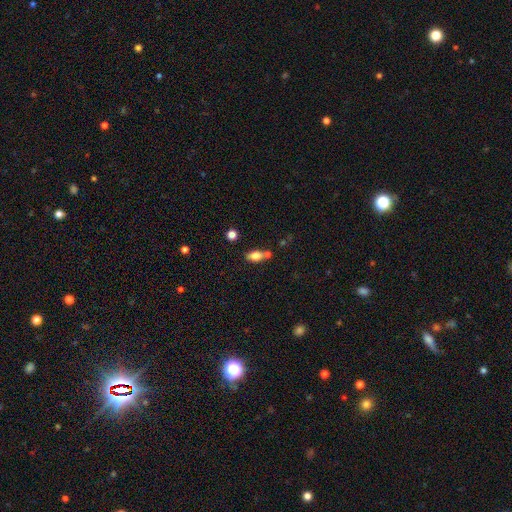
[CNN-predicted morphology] smooth_or_featured: smooth (p=0.78) [alt: featured or disk p=0.13]
how_rounded: in between (p=0.83) [alt: round p=0.11]
merging: none (p=0.53) [alt: merger p=0.29]